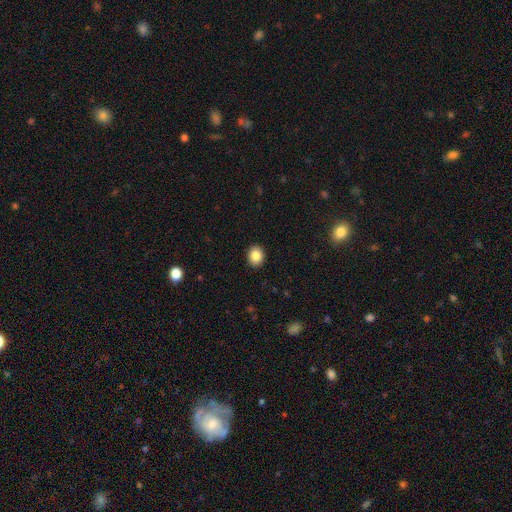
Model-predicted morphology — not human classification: smooth-or-featured: smooth: 87% | star or artifact: 9% | featured or disk: 4%
  how-rounded: round: 64% | in between: 35% | cigar-shaped: 1%
  merging: none: 92% | minor disturbance: 6% | major disturbance: 2% | merger: 1%